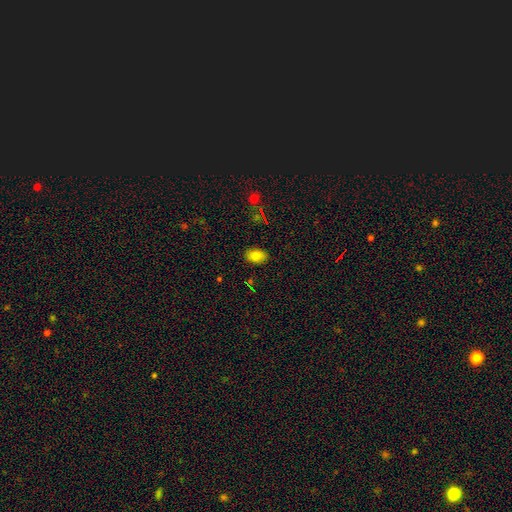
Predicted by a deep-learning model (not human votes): Smooth or featured? smooth (78%)
How rounded? in between (83%)
Merging? none (87%)